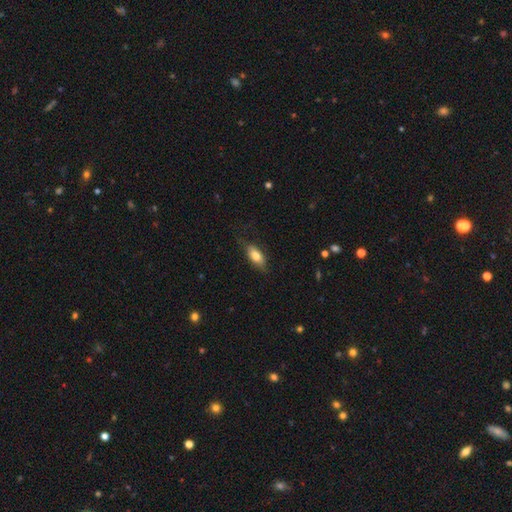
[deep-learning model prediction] Q: Smooth or featured?
A: smooth (76%); runner-up: featured or disk (17%)
Q: How rounded?
A: in between (85%); runner-up: cigar-shaped (11%)
Q: Merging?
A: none (72%); runner-up: minor disturbance (20%)